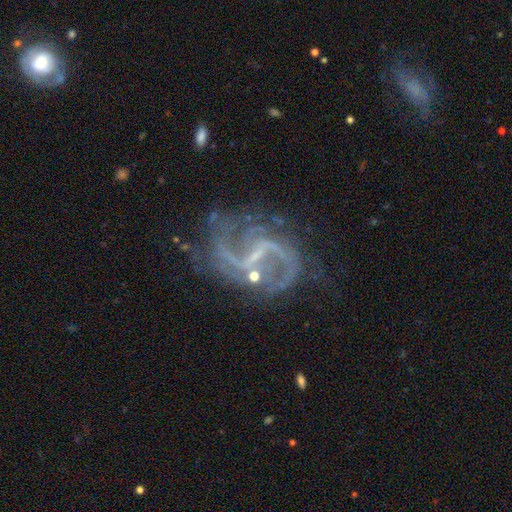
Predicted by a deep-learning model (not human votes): Morphology: type=featured or disk (89%); edge-on=no (98%); bar=weak (48%); spiral arms=yes (96%); winding=loose (54%); arm count=2 (81%); bulge=small (59%); merging=none (57%).